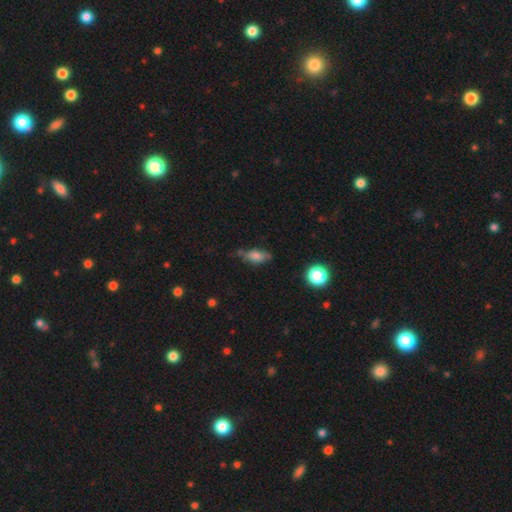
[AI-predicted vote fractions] Smooth or featured? Predicted: smooth (p=0.69). How rounded? Predicted: in between (p=0.80). Merging? Predicted: none (p=0.58).